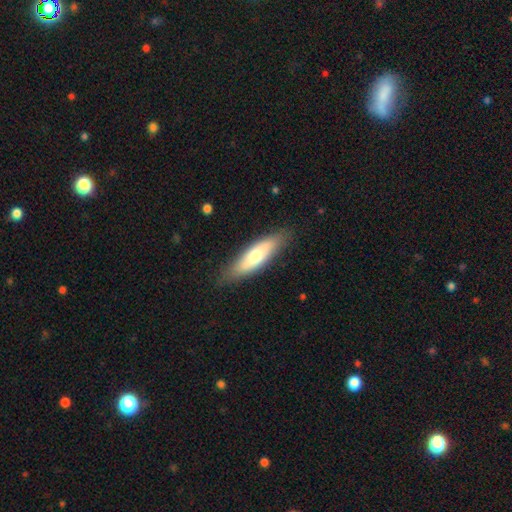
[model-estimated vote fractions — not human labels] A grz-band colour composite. It shows a smooth galaxy with no disk features (63%) that is cigar-shaped (54%). Merging: none (82%).